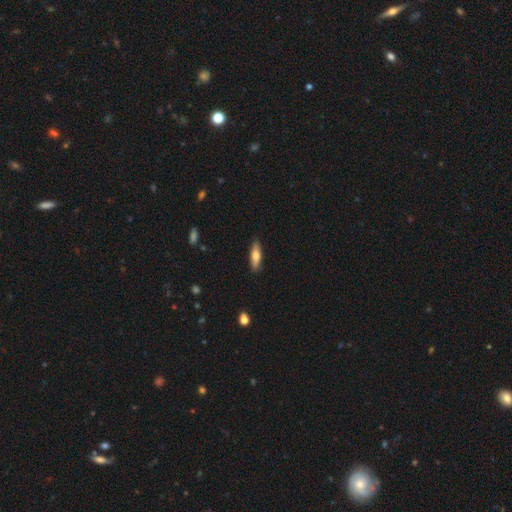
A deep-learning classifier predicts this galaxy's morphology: type=smooth (69%); roundness=cigar-shaped (53%); merging=none (88%).